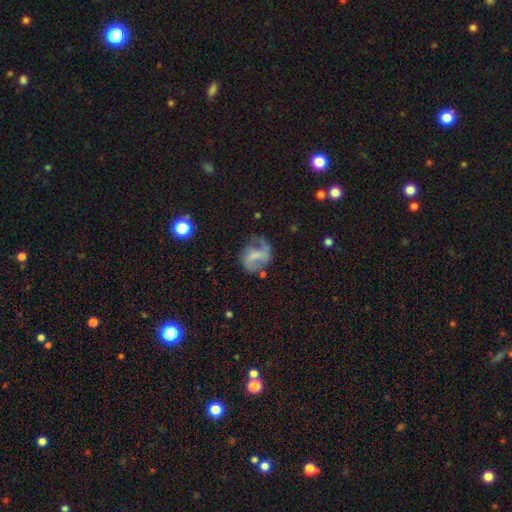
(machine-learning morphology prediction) smooth-or-featured: featured or disk: 59% | smooth: 32% | star or artifact: 10%
  disk-edge-on: no: 97% | yes: 3%
    bar: weak: 42% | no: 31% | strong: 27%
    has-spiral-arms: yes: 72% | no: 28%
    bulge-size: none: 48% | small: 28% | moderate: 18% | large: 5% | dominant: 2%
  merging: none: 51% | minor disturbance: 24% | major disturbance: 21% | merger: 4%